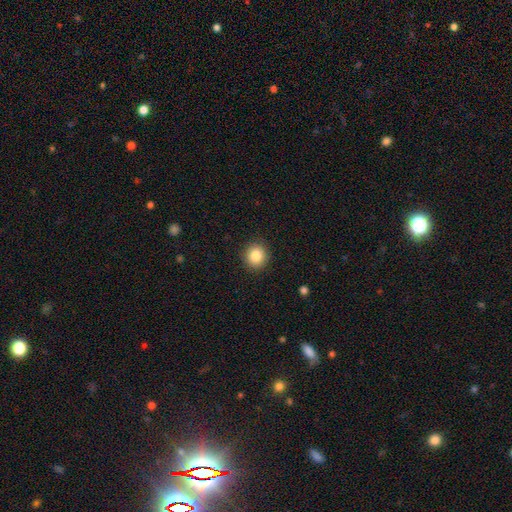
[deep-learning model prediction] This is clearly a smooth galaxy (85%). How rounded: clearly round (88%). Merging: clearly none (91%).